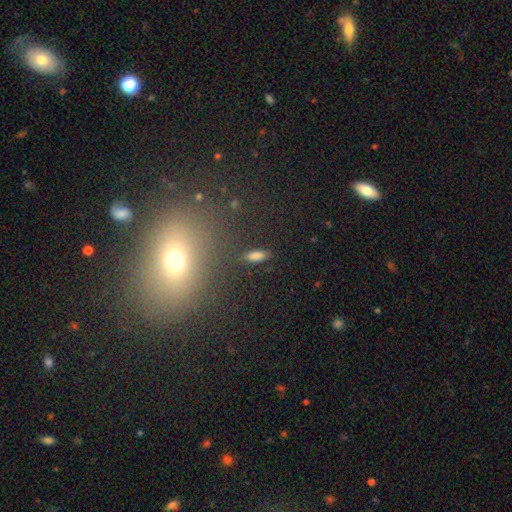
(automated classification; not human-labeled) Q: Smooth or featured?
A: smooth (75%); runner-up: star or artifact (15%)
Q: How rounded?
A: in between (64%); runner-up: cigar-shaped (29%)
Q: Merging?
A: none (86%); runner-up: minor disturbance (8%)